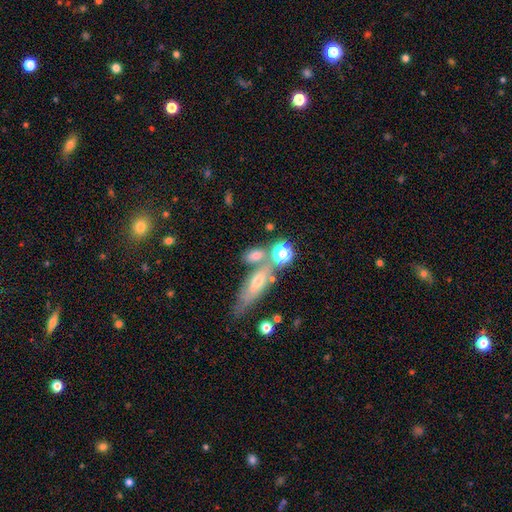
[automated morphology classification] A smooth galaxy with no disk features (64%) that is in between round and cigar-shaped (55%).

Vote fractions:
- Smooth or featured? smooth: 64% / featured or disk: 22% / star or artifact: 14%
- How rounded? in between: 55% / cigar-shaped: 25% / round: 20%
- Merging? none: 47% / merger: 34% / minor disturbance: 13% / major disturbance: 6%